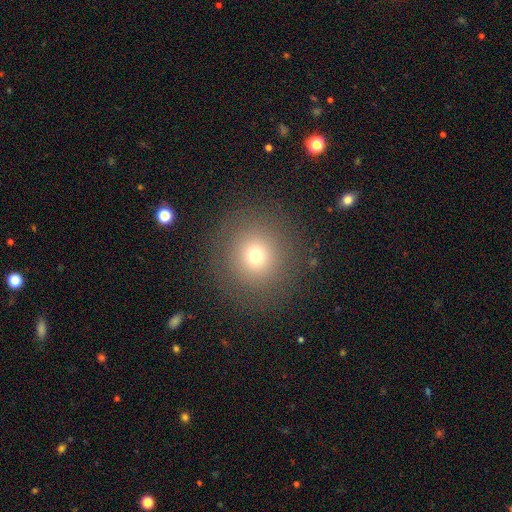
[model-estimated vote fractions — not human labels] The model was most divided on "smooth or featured": smooth: 70%, star or artifact: 19%, featured or disk: 12%. More confident: how rounded — round (92%); merging — none (87%).